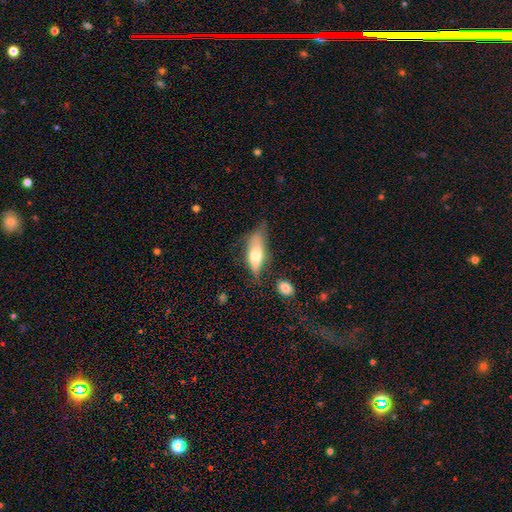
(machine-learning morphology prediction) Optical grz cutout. It shows a smooth galaxy with no disk features (62%) that is in between round and cigar-shaped (64%). Merging: none (45%).